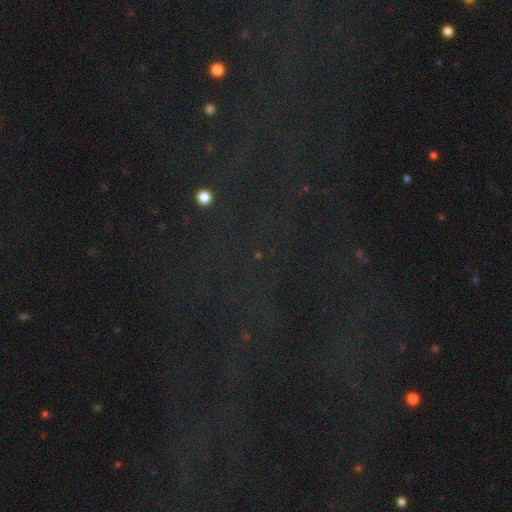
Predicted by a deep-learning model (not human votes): star or artifact 79%, smooth 12%, featured or disk 10%.